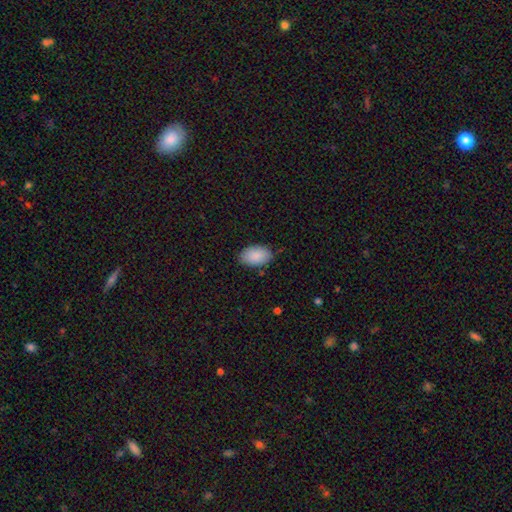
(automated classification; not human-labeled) Smooth or featured? Predicted: smooth (p=0.89). How rounded? Predicted: in between (p=0.93). Merging? Predicted: none (p=0.83).